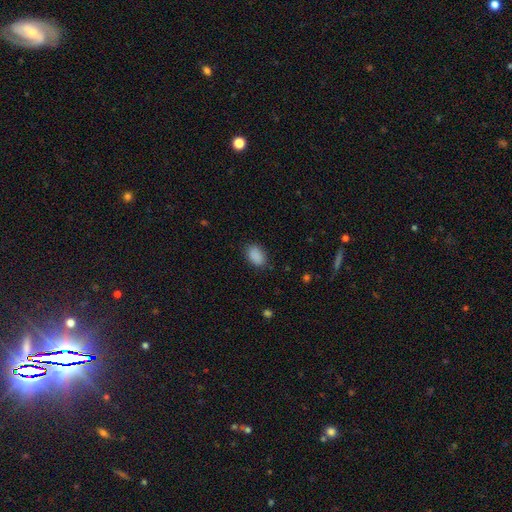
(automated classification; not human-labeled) Smooth or featured? smooth (89%)
How rounded? in between (87%)
Merging? none (84%)